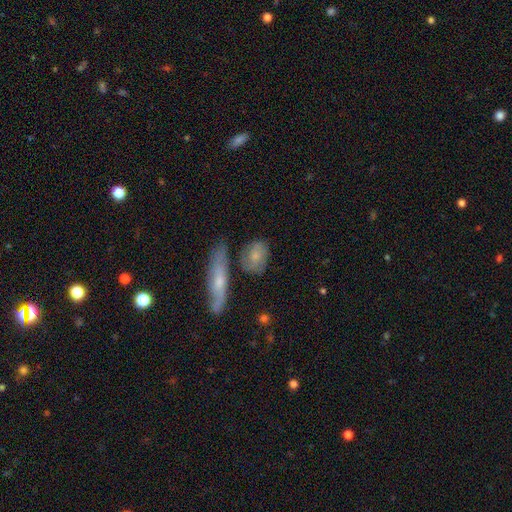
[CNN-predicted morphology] Smooth or featured? Predicted: smooth (p=0.66). How rounded? Predicted: in between (p=0.57). Merging? Predicted: none (p=0.64).